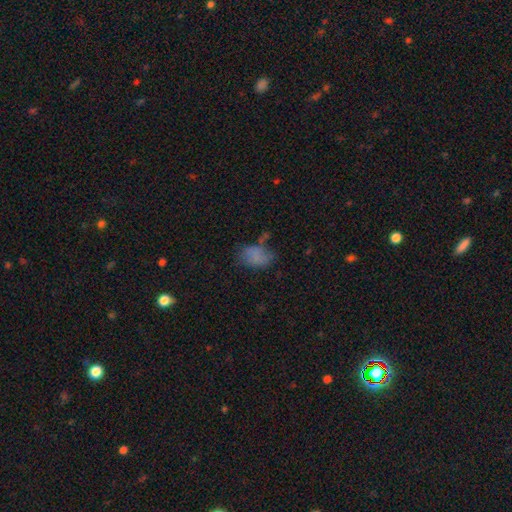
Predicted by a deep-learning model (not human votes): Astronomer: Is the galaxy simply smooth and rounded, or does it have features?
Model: smooth — 72%.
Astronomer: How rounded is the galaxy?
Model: in between — 87%.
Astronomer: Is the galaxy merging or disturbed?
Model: none — 45% (runner-up: minor disturbance, 27%).